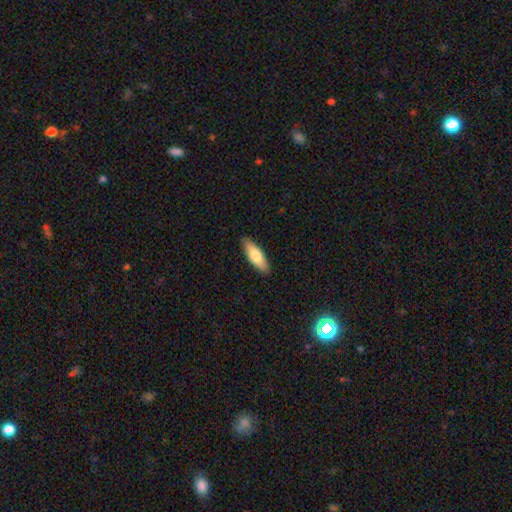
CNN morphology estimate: Smooth or featured: smooth — 74% (featured or disk — 21%)
How rounded: in between — 59% (cigar-shaped — 40%)
Merging: none — 89% (minor disturbance — 8%)